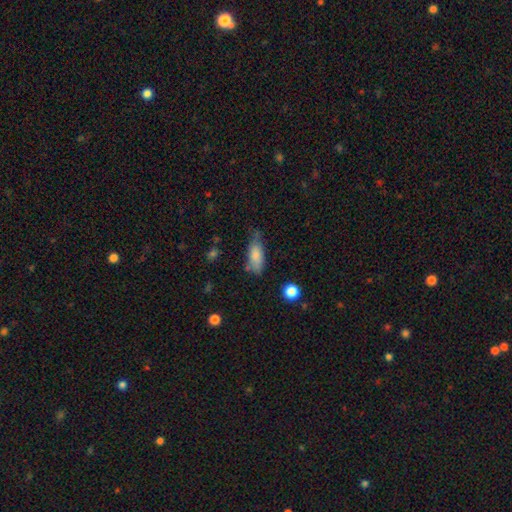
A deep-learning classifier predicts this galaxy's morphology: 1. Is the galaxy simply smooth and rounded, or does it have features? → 80% smooth, 12% featured or disk, 8% star or artifact.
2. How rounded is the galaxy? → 78% in between, 19% cigar-shaped, 3% round.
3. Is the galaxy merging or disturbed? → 45% none, 38% minor disturbance, 12% major disturbance, 5% merger.